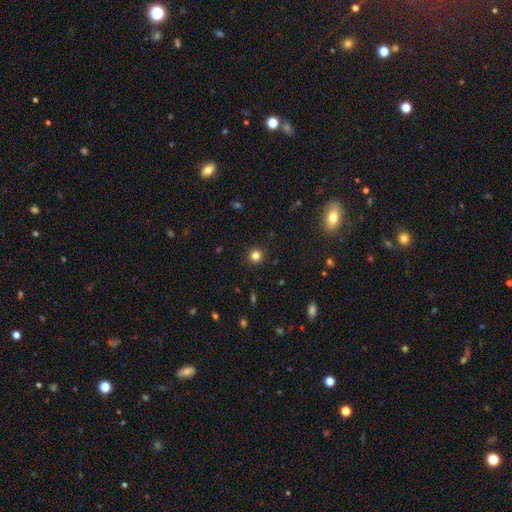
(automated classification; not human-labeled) This is clearly a smooth galaxy (81%). How rounded: clearly round (94%). Merging: clearly none (92%).